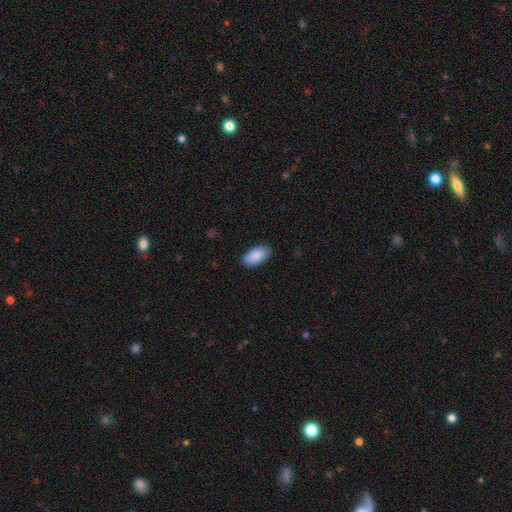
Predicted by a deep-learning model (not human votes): A smooth galaxy with no disk features (89%) that is in between round and cigar-shaped (95%).

Vote fractions:
- Smooth or featured? smooth: 89% / star or artifact: 6% / featured or disk: 6%
- How rounded? in between: 95% / round: 2% / cigar-shaped: 2%
- Merging? none: 86% / minor disturbance: 11% / major disturbance: 2% / merger: 1%